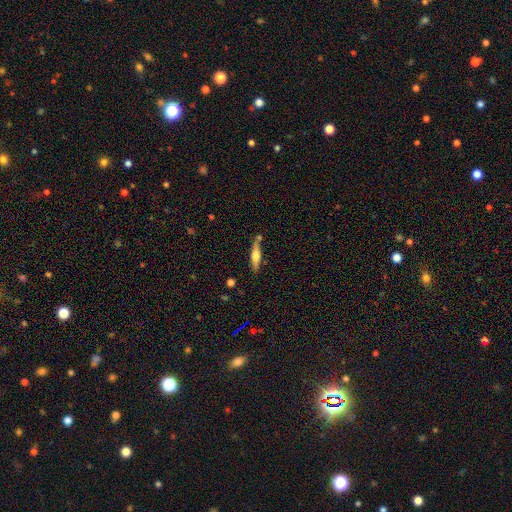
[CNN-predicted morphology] smooth-or-featured: featured or disk: 55% | smooth: 39% | star or artifact: 6%
  disk-edge-on: yes: 94% | no: 6%
    edge-on-bulge: rounded: 86% | boxy: 9% | none: 4%
  merging: none: 76% | minor disturbance: 14% | merger: 7% | major disturbance: 3%